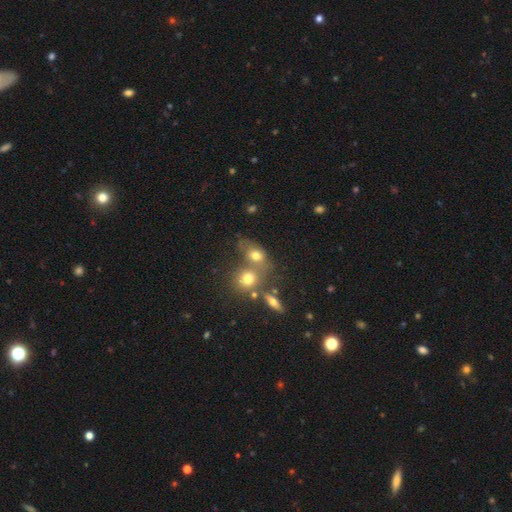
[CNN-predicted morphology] Smooth or featured? Predicted: smooth (p=0.69). How rounded? Predicted: in between (p=0.54). Merging? Predicted: merger (p=0.49).